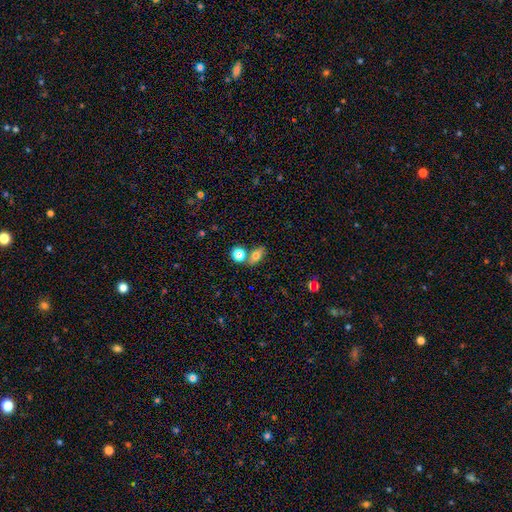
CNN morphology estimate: Smooth or featured?
  - smooth: 71% *
  - featured or disk: 15%
  - star or artifact: 13%
How rounded?
  - in between: 73% *
  - round: 20%
  - cigar-shaped: 6%
Merging?
  - none: 61% *
  - merger: 23%
  - minor disturbance: 12%
  - major disturbance: 4%